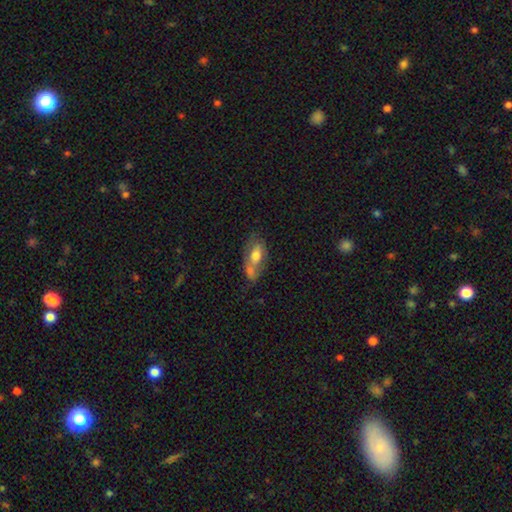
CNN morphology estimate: Smooth or featured? Predicted: smooth (p=0.57). How rounded? Predicted: in between (p=0.86). Merging? Predicted: merger (p=0.40).